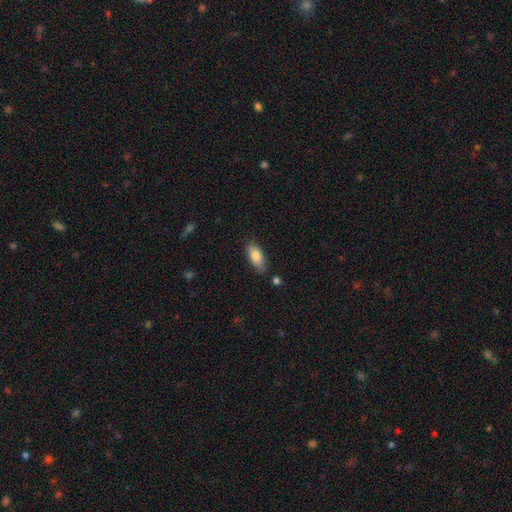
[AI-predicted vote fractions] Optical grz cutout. It shows a smooth galaxy with no disk features (81%) that is in between round and cigar-shaped (83%). Merging: none (80%).